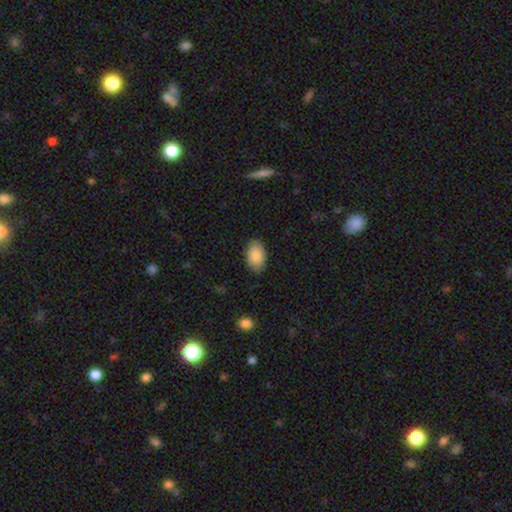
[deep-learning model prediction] Overall: smooth (89%). How rounded: in between (93%). Merging: none (84%).